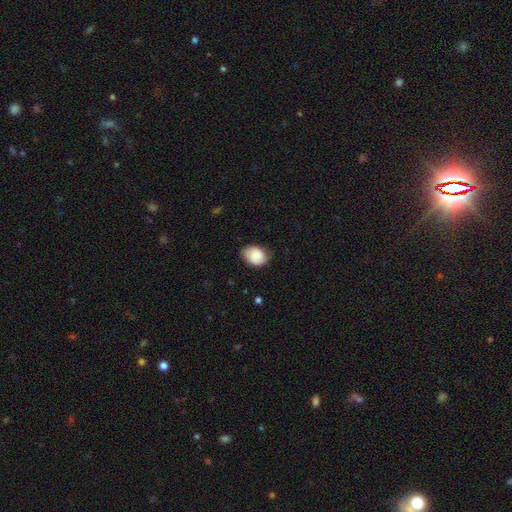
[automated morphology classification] Smooth or featured: smooth — 84% (featured or disk — 9%)
How rounded: in between — 66% (round — 33%)
Merging: none — 70% (minor disturbance — 24%)